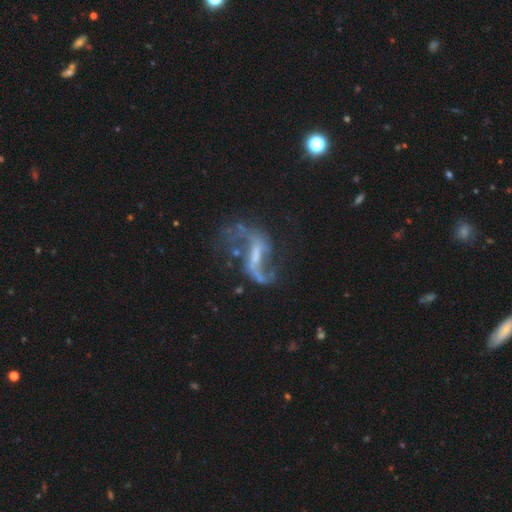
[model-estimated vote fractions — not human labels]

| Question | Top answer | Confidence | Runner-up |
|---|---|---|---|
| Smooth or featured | featured or disk | 85% | star or artifact (9%) |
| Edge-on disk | no | 96% | yes (4%) |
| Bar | weak | 45% | strong (39%) |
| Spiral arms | yes | 91% | no (9%) |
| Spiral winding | loose | 81% | medium (16%) |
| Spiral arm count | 2 | 88% | 1 (5%) |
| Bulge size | small | 41% | none (30%) |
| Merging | none | 56% | major disturbance (21%) |